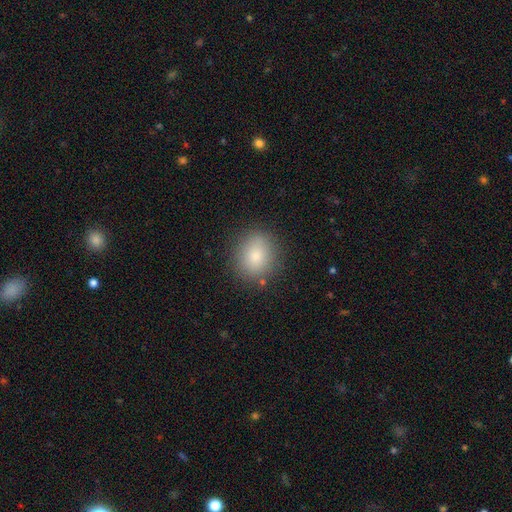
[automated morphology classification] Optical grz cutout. It shows a smooth galaxy with no disk features (81%) that is round (72%). Merging: none (85%).